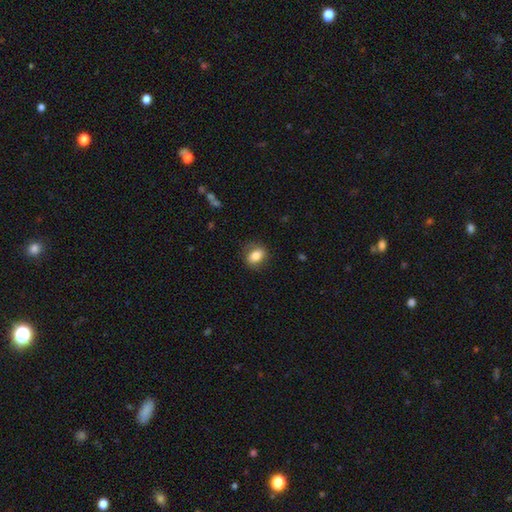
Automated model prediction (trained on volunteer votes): Smooth or featured? Predicted: smooth (p=0.78). How rounded? Predicted: in between (p=0.67). Merging? Predicted: none (p=0.74).